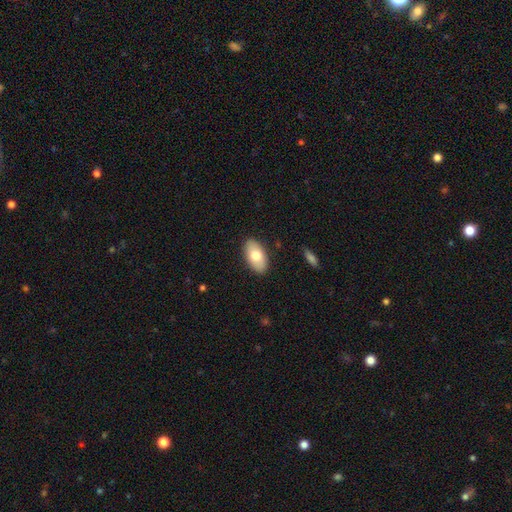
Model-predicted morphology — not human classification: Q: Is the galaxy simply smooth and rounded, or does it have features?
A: smooth — 73%.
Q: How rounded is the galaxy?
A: in between — 94%.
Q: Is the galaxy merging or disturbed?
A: none — 88%.